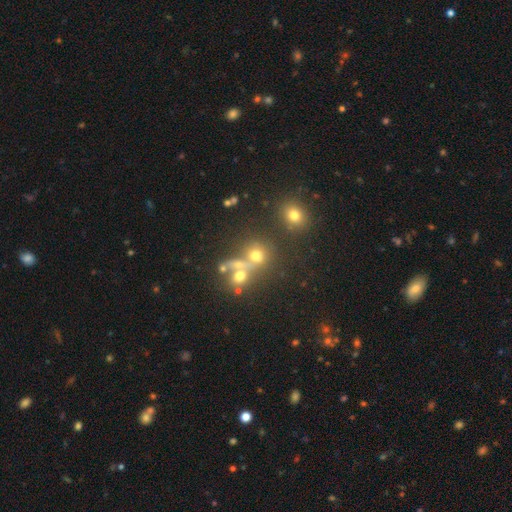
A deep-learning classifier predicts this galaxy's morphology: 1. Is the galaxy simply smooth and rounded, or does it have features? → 63% smooth, 22% star or artifact, 15% featured or disk.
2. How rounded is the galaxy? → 76% round, 22% in between, 2% cigar-shaped.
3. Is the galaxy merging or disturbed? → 48% none, 36% merger, 9% minor disturbance, 7% major disturbance.